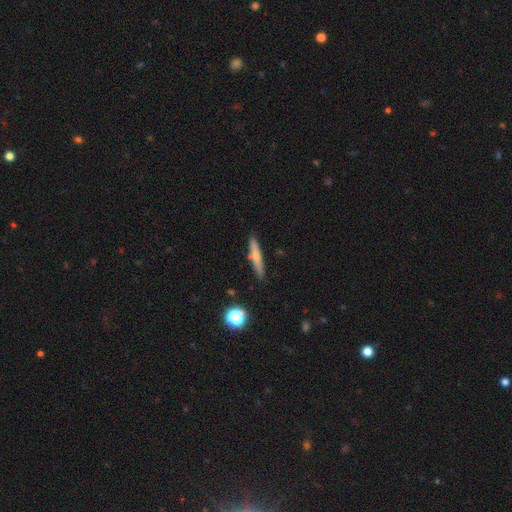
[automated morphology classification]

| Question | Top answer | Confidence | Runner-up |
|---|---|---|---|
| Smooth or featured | smooth | 63% | featured or disk (29%) |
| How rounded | cigar-shaped | 90% | in between (8%) |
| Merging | none | 84% | minor disturbance (10%) |